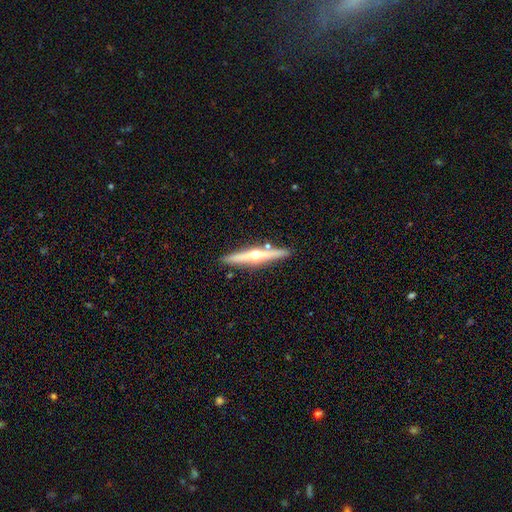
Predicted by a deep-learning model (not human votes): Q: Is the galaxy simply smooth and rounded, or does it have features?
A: featured or disk — 75%.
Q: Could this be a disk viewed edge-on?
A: yes — 97%.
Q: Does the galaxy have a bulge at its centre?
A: rounded — 95%.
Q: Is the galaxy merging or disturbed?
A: none — 89%.